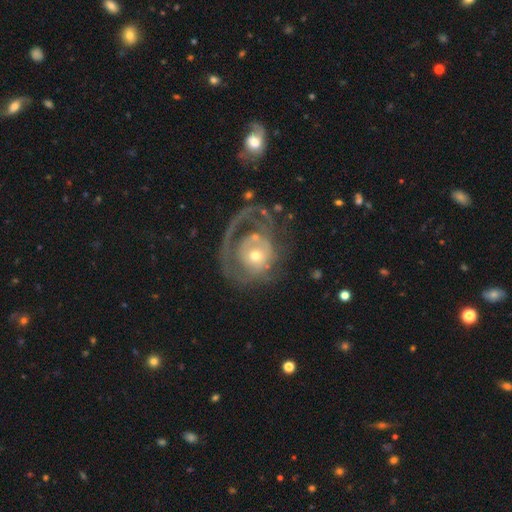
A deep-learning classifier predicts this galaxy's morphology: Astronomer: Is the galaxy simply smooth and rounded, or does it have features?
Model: featured or disk — 73%.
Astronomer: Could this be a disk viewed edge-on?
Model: no — 97%.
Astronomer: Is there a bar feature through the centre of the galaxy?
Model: no — 80%.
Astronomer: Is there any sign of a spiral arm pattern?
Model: yes — 68%.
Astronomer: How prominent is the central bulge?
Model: moderate — 54% (runner-up: small, 38%).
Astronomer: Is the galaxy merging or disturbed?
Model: major disturbance — 45% (runner-up: none, 34%).